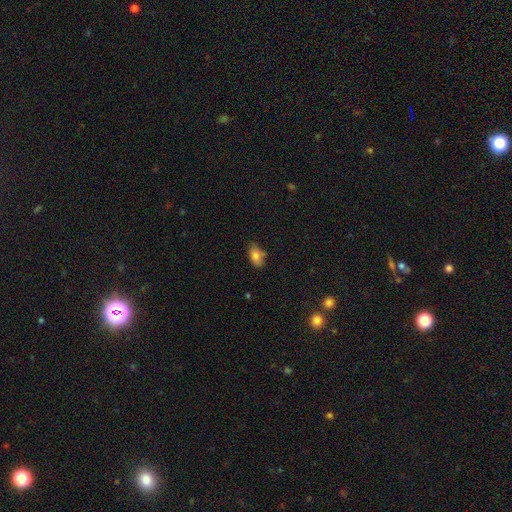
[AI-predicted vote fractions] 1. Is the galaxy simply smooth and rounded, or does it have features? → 80% smooth, 11% featured or disk, 9% star or artifact.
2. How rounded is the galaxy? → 89% in between, 8% round, 3% cigar-shaped.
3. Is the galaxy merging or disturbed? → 72% none, 23% minor disturbance, 3% major disturbance, 2% merger.